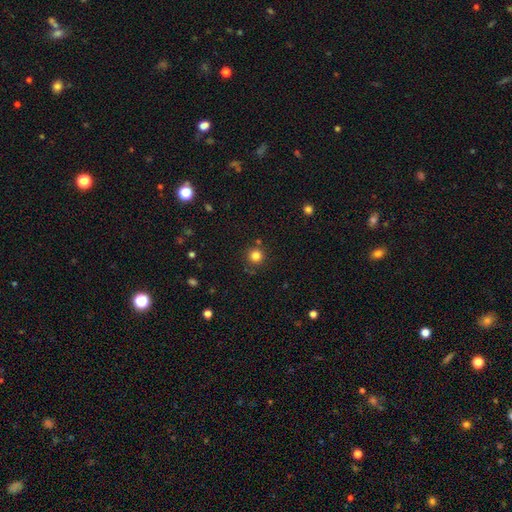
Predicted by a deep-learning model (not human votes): This appears to be a smooth galaxy with no disk features (82%) that is round (95%). Merging: none (84%).